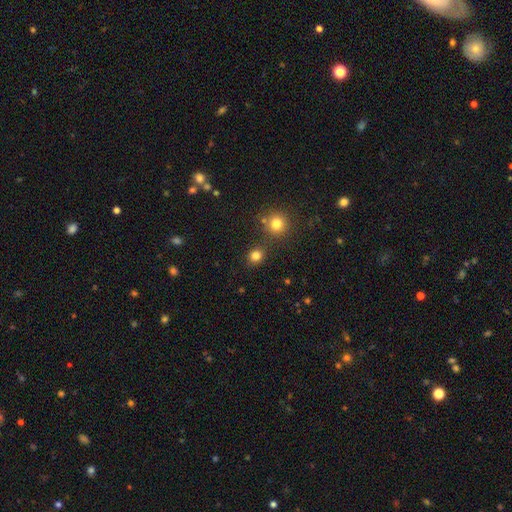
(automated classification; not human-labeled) Smooth or featured? smooth (80%)
How rounded? round (80%)
Merging? none (81%)